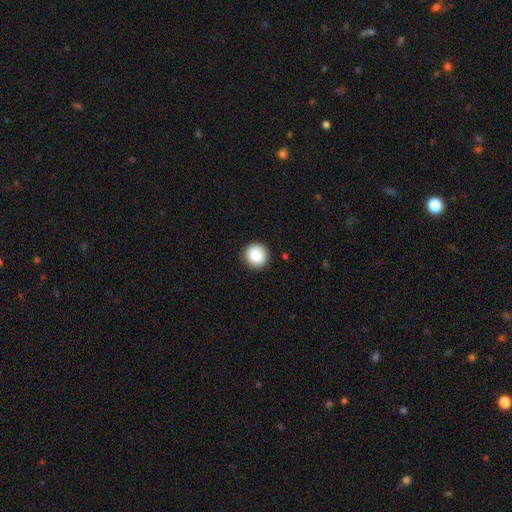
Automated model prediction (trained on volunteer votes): The model was most divided on "smooth or featured": smooth: 87%, star or artifact: 8%, featured or disk: 4%. More confident: how rounded — round (93%); merging — none (91%).